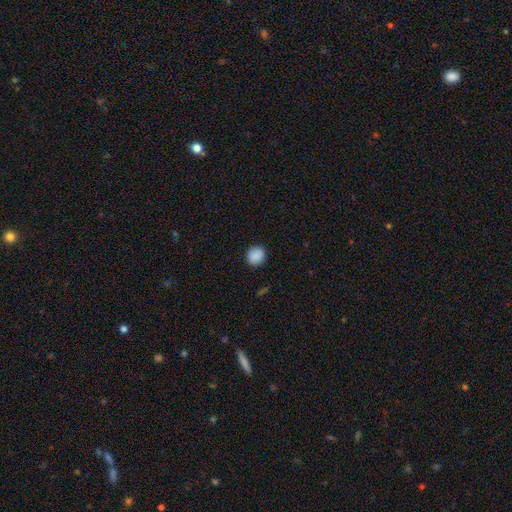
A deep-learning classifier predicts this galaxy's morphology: Smooth or featured? Predicted: smooth (p=0.89). How rounded? Predicted: round (p=0.89). Merging? Predicted: none (p=0.91).